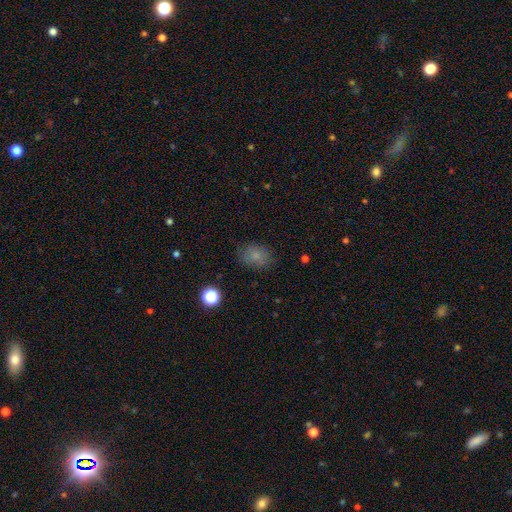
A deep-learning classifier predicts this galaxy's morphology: smooth_or_featured: smooth (p=0.80) [alt: star or artifact p=0.13]
how_rounded: in between (p=0.67) [alt: round p=0.32]
merging: none (p=0.77) [alt: minor disturbance p=0.16]